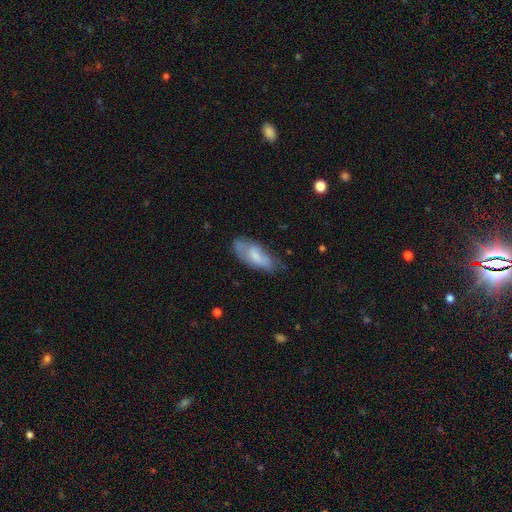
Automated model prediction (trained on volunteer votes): The model was most divided on "merging": none: 51%, minor disturbance: 34%, major disturbance: 12%, merger: 3%. More confident: how rounded — in between (80%); smooth or featured — smooth (62%).